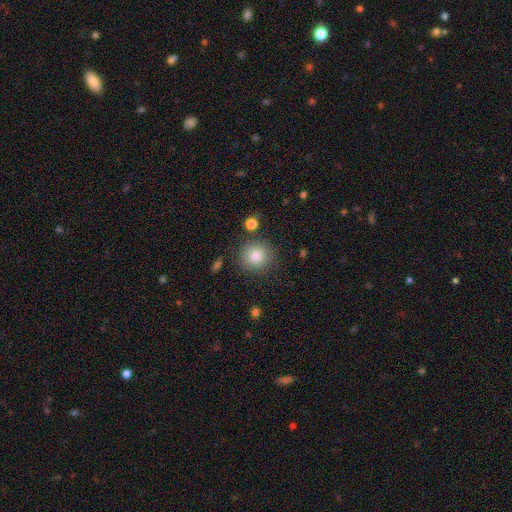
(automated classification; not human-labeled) Morphology: type=smooth (83%); roundness=round (90%); merging=none (84%).